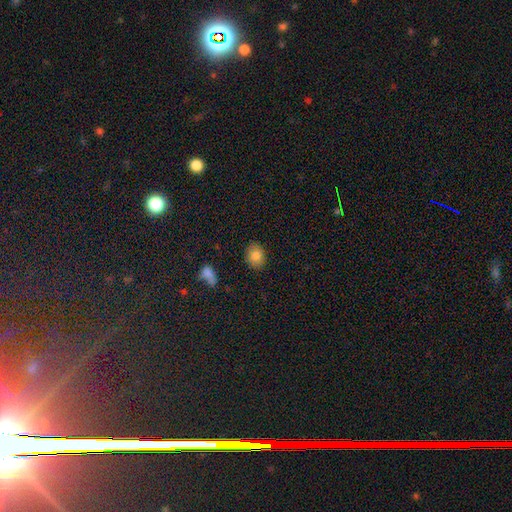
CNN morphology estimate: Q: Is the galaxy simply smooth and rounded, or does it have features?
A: smooth — 82%.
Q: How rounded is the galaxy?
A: round — 51%.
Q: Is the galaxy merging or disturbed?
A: none — 87%.